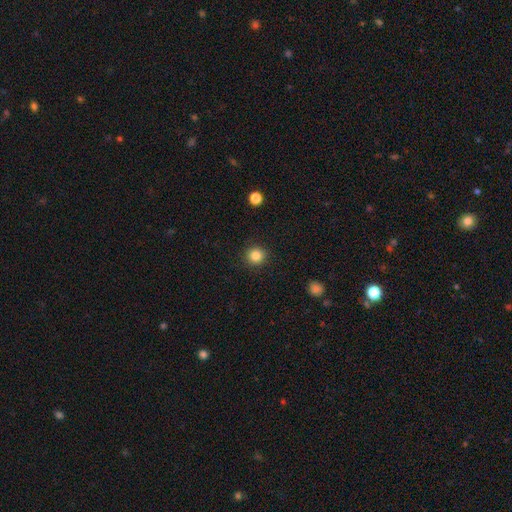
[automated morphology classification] Smooth or featured? Predicted: smooth (p=0.85). How rounded? Predicted: round (p=0.92). Merging? Predicted: none (p=0.91).